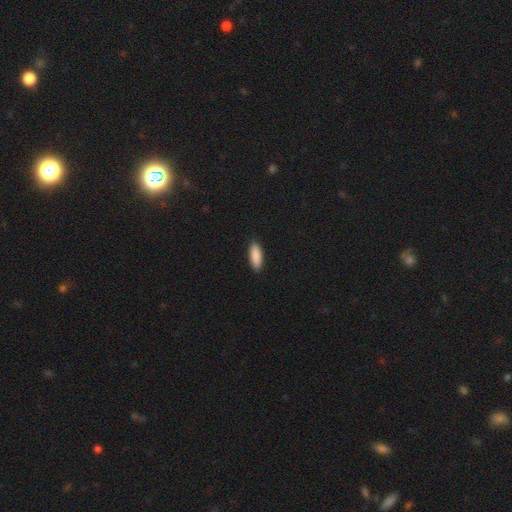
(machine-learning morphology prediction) Q: Smooth or featured?
A: smooth (89%); runner-up: star or artifact (5%)
Q: How rounded?
A: in between (59%); runner-up: cigar-shaped (39%)
Q: Merging?
A: none (91%); runner-up: minor disturbance (7%)